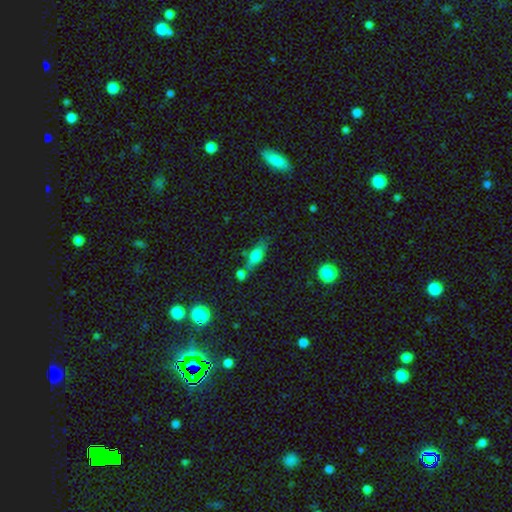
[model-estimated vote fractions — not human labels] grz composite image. It shows a smooth galaxy with no disk features (63%) that is in between round and cigar-shaped (57%). Merging: none (48%).